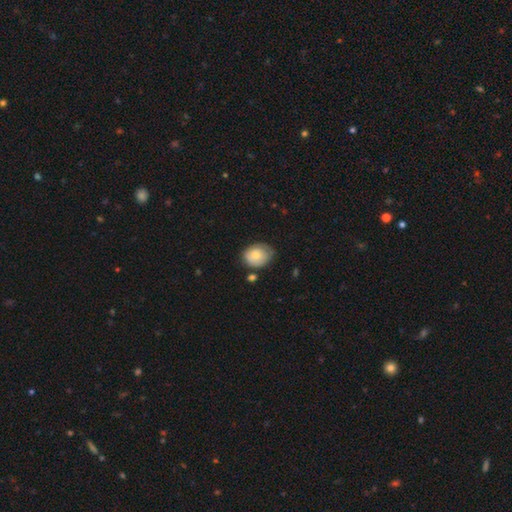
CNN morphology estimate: Smooth or featured?
  - smooth: 75% *
  - featured or disk: 17%
  - star or artifact: 7%
How rounded?
  - in between: 52% *
  - round: 47%
  - cigar-shaped: 1%
Merging?
  - none: 60% *
  - minor disturbance: 29%
  - major disturbance: 6%
  - merger: 5%